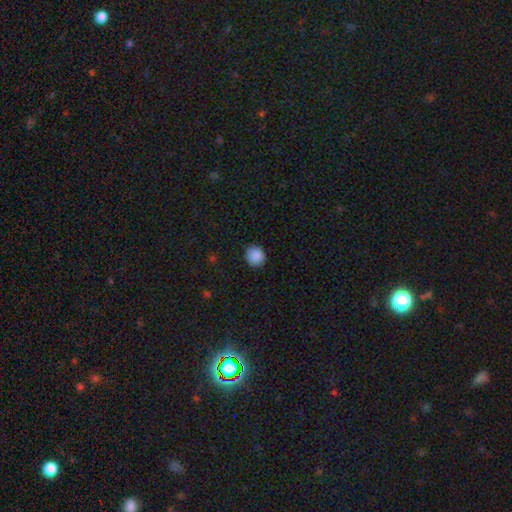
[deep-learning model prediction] Morphology: type=smooth (89%); roundness=round (83%); merging=none (89%).